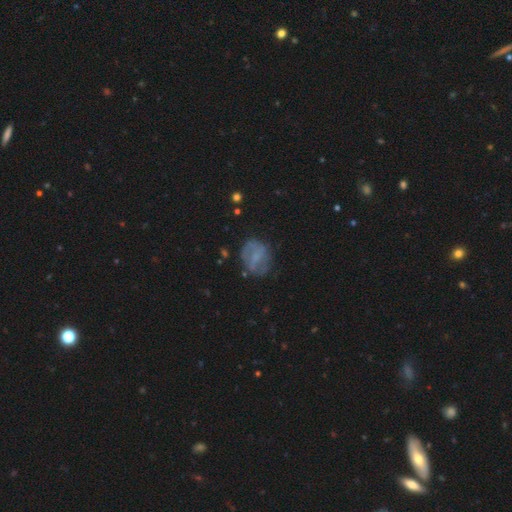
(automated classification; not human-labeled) A featured or disk galaxy (48%). Merging: none (63%).